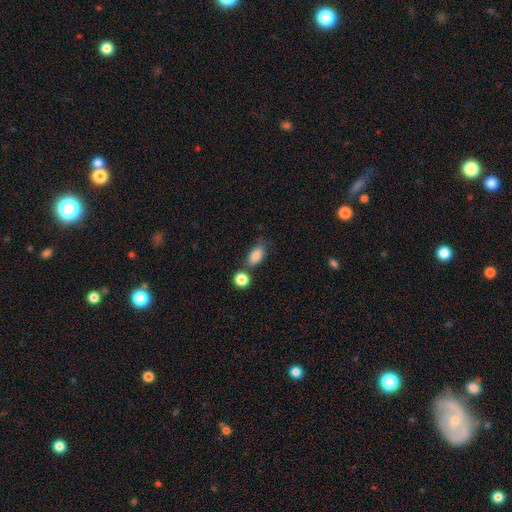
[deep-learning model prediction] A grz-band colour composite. It shows a smooth galaxy with no disk features (85%) that is in between round and cigar-shaped (86%). Merging: none (62%).